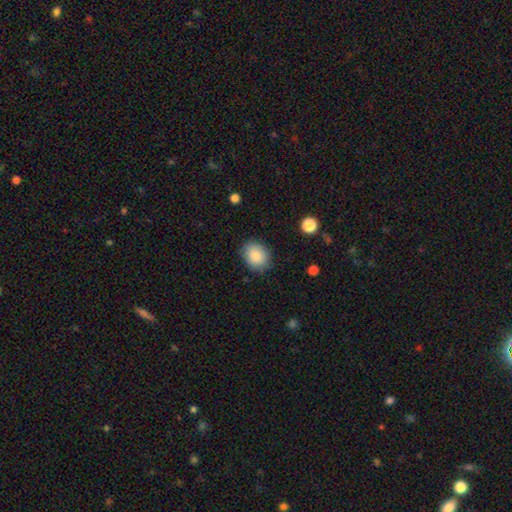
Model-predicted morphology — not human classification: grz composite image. It shows a smooth galaxy with no disk features (87%) that is round (53%). Merging: none (84%).